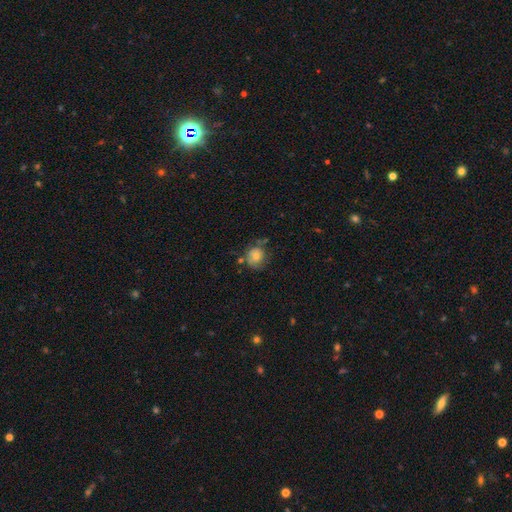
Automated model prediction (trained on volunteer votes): Q: Smooth or featured?
A: smooth (66%); runner-up: featured or disk (24%)
Q: How rounded?
A: round (80%); runner-up: in between (19%)
Q: Merging?
A: none (58%); runner-up: minor disturbance (24%)